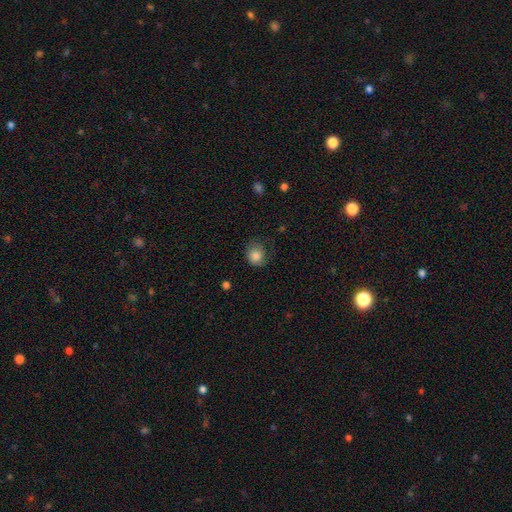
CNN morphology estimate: This appears to be a smooth galaxy with no disk features (82%) that is round (75%). Merging: none (61%).